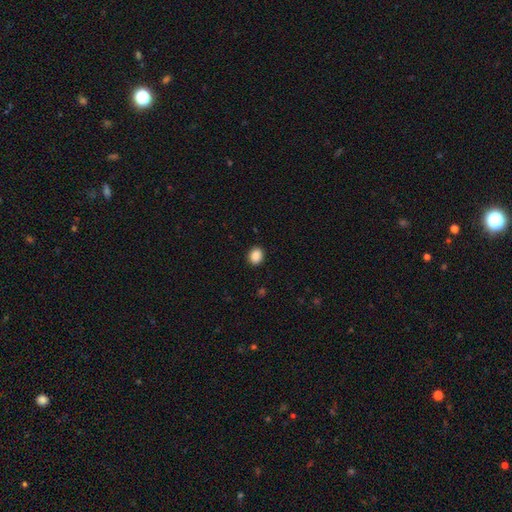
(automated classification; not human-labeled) A smooth galaxy with no disk features (89%) that is round (64%).

Vote fractions:
- Smooth or featured? smooth: 89% / star or artifact: 9% / featured or disk: 2%
- How rounded? round: 64% / in between: 35% / cigar-shaped: 1%
- Merging? none: 90% / minor disturbance: 7% / major disturbance: 2% / merger: 1%